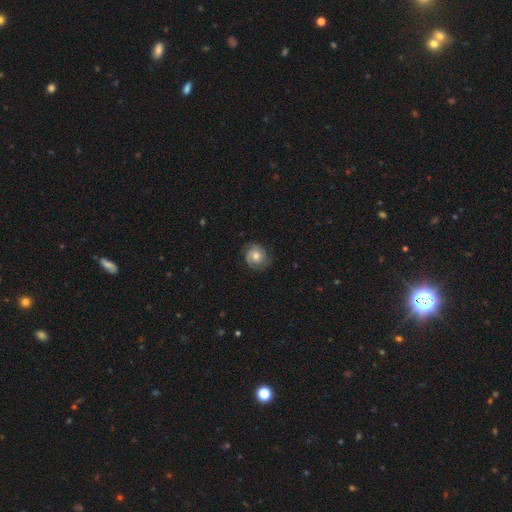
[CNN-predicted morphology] Smooth or featured? featured or disk (57%)
Edge-on disk? no (97%)
Bar? no (76%)
Spiral arms? yes (88%)
Bulge size? moderate (69%)
Merging? none (76%)